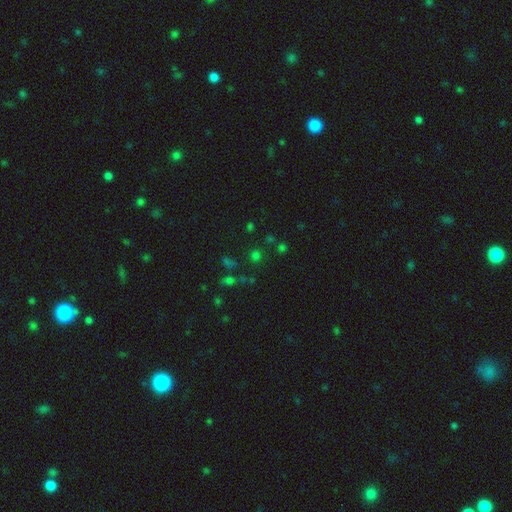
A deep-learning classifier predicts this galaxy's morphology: smooth-or-featured: smooth: 58% | star or artifact: 35% | featured or disk: 7%
  how-rounded: round: 87% | in between: 12% | cigar-shaped: 1%
  merging: none: 73% | merger: 12% | minor disturbance: 10% | major disturbance: 5%